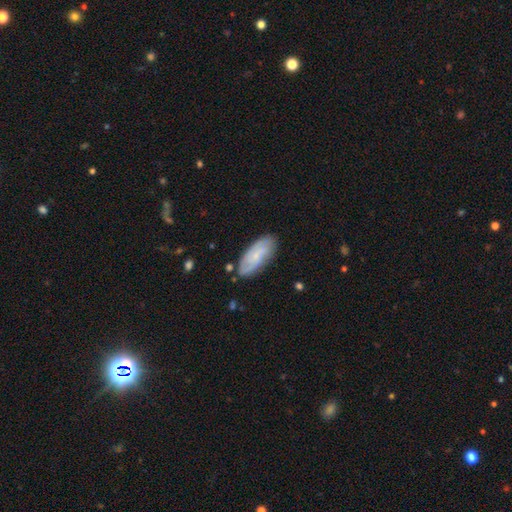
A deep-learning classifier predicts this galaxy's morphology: Overall: smooth (48%; featured or disk 45%). Merging: none (79%).